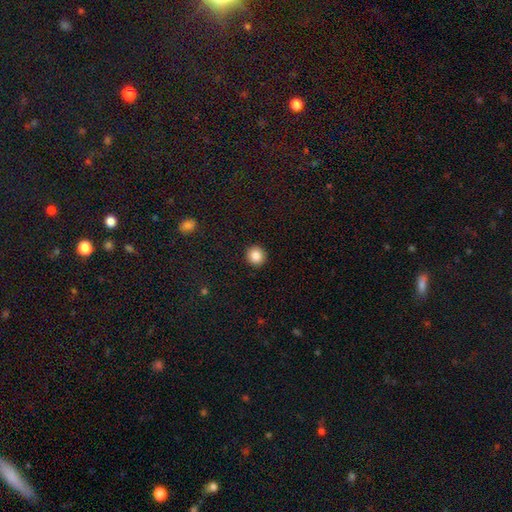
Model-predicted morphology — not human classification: smooth 85%, star or artifact 9%, featured or disk 5%. Down the decision tree: how rounded — round (92%); merging — none (93%).